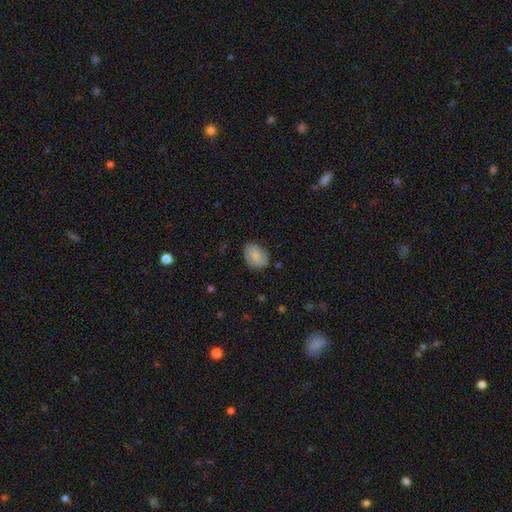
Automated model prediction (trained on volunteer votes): This appears to be a smooth galaxy with no disk features (62%) that is in between round and cigar-shaped (66%). Merging: none (71%).